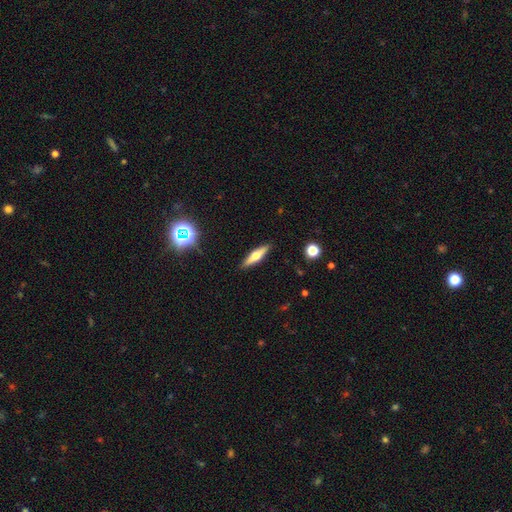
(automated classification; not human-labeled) smooth-or-featured: featured or disk: 52% | smooth: 40% | star or artifact: 8%
  disk-edge-on: yes: 93% | no: 7%
  merging: none: 90% | minor disturbance: 7% | major disturbance: 2% | merger: 1%